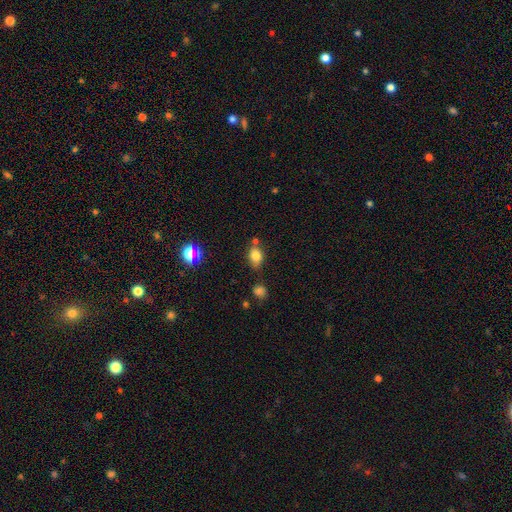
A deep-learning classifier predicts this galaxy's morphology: Overall: smooth (78%). How rounded: in between (70%). Merging: none (66%).